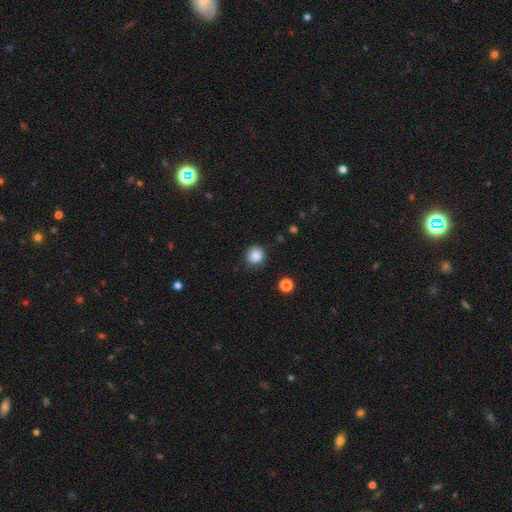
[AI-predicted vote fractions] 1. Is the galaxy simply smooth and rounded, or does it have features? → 86% smooth, 10% star or artifact, 4% featured or disk.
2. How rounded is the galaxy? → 92% round, 7% in between, 1% cigar-shaped.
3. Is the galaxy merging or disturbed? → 83% none, 12% minor disturbance, 3% major disturbance, 2% merger.